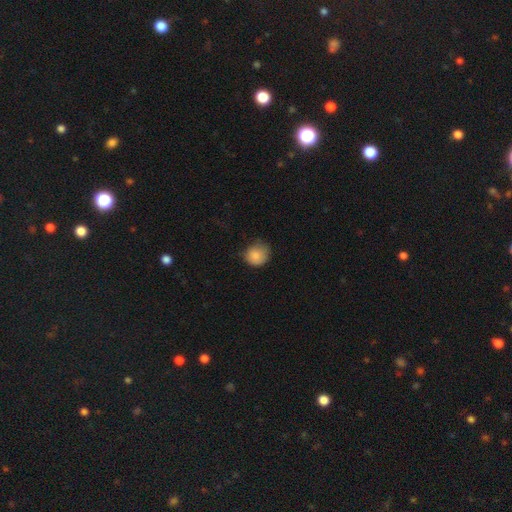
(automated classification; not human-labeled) Smooth or featured?
  - smooth: 86% *
  - star or artifact: 9%
  - featured or disk: 5%
How rounded?
  - round: 81% *
  - in between: 18%
  - cigar-shaped: 1%
Merging?
  - none: 63% *
  - minor disturbance: 28%
  - major disturbance: 7%
  - merger: 1%